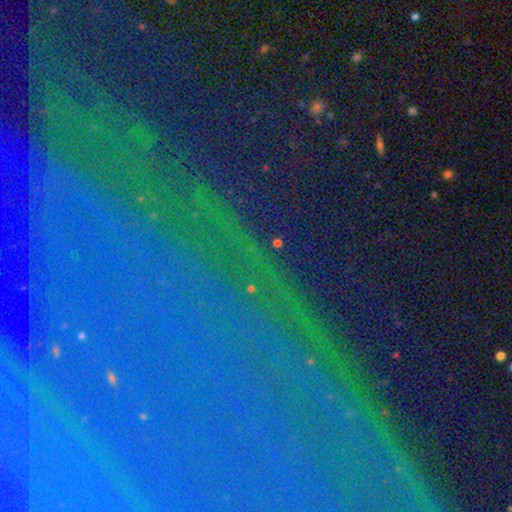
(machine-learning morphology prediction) This appears to be a star or artifact, not a galaxy (83%).